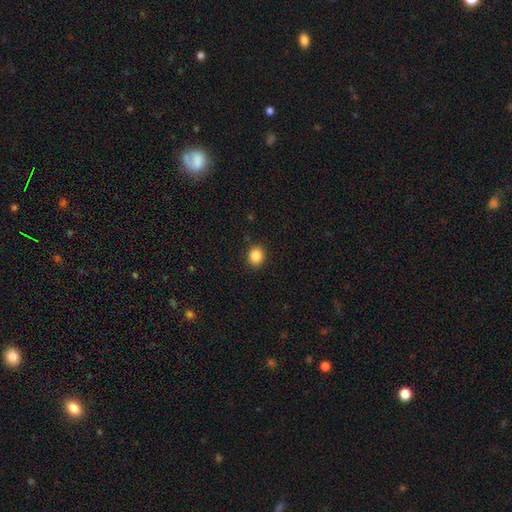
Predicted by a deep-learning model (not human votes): Smooth or featured? Predicted: smooth (p=0.86). How rounded? Predicted: round (p=0.73). Merging? Predicted: none (p=0.89).